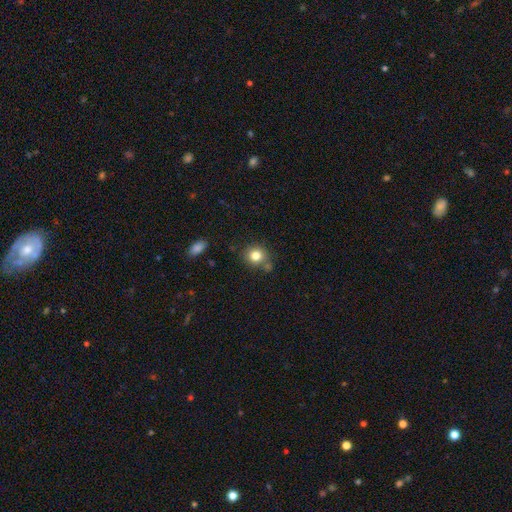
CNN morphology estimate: Smooth or featured?
  - smooth: 81% *
  - star or artifact: 11%
  - featured or disk: 8%
How rounded?
  - round: 82% *
  - in between: 18%
  - cigar-shaped: 1%
Merging?
  - none: 70% *
  - minor disturbance: 16%
  - merger: 9%
  - major disturbance: 4%